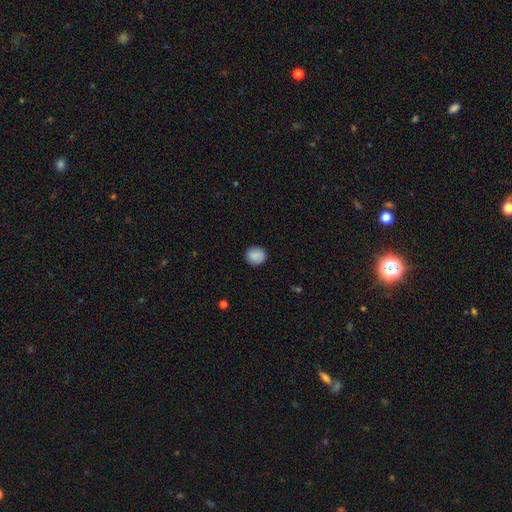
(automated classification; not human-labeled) A smooth galaxy with no disk features (86%) that is round (88%). Merging: none (89%).